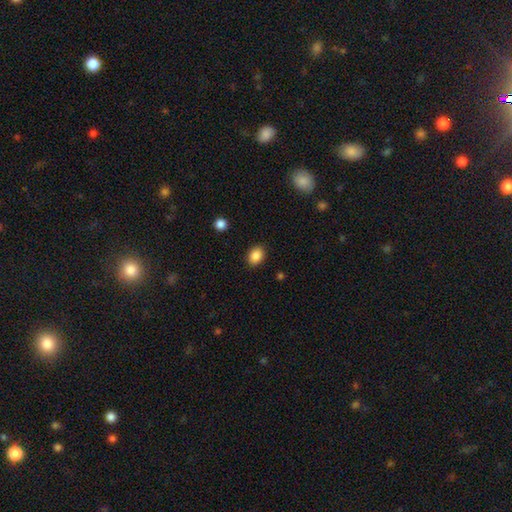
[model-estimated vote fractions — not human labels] This is clearly a smooth galaxy (87%). How rounded: likely in between (61%). Merging: clearly none (88%).